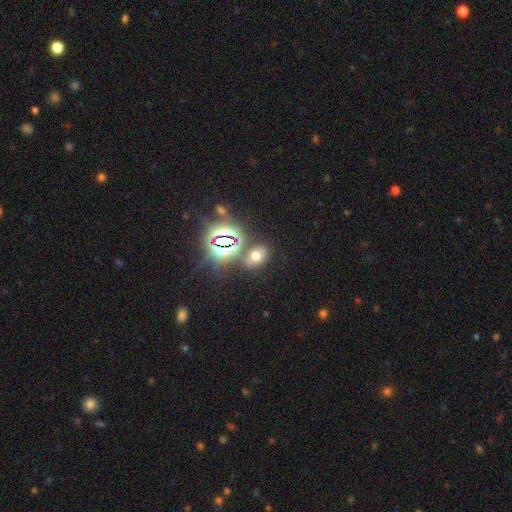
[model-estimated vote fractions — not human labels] A smooth galaxy with no disk features (53%) that is in between round and cigar-shaped (70%). Merging: none (72%).